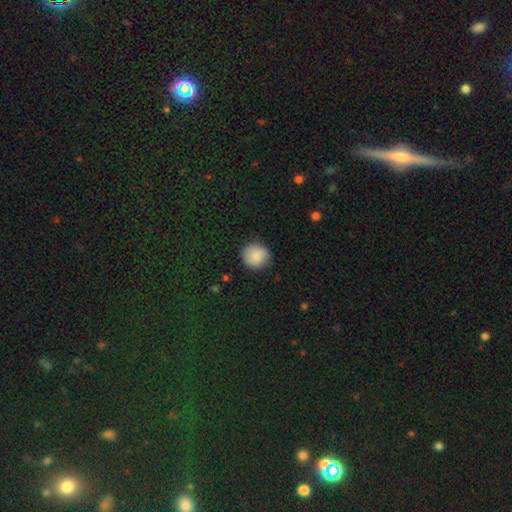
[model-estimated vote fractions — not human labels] A smooth galaxy with no disk features (86%) that is round (90%). Merging: none (85%).